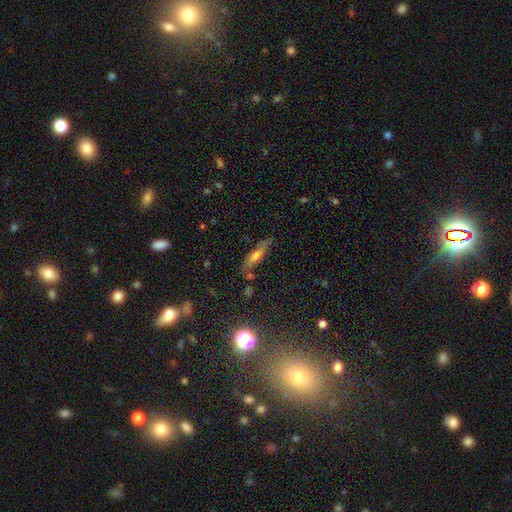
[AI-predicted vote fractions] Smooth or featured? Predicted: smooth (p=0.52). How rounded? Predicted: cigar-shaped (p=0.68). Merging? Predicted: none (p=0.71).